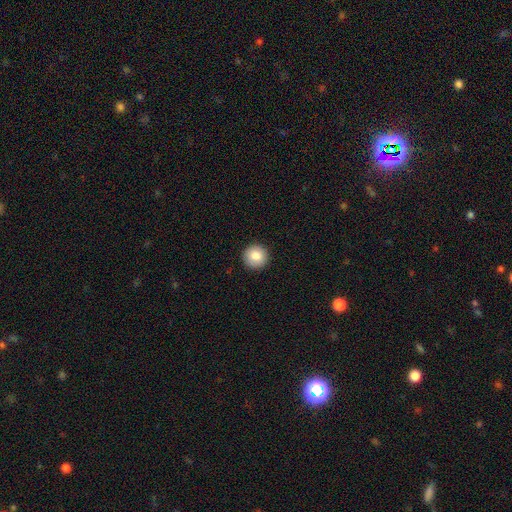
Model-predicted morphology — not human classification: Smooth or featured: smooth — 84% (star or artifact — 8%)
How rounded: round — 96% (in between — 3%)
Merging: none — 93% (minor disturbance — 5%)